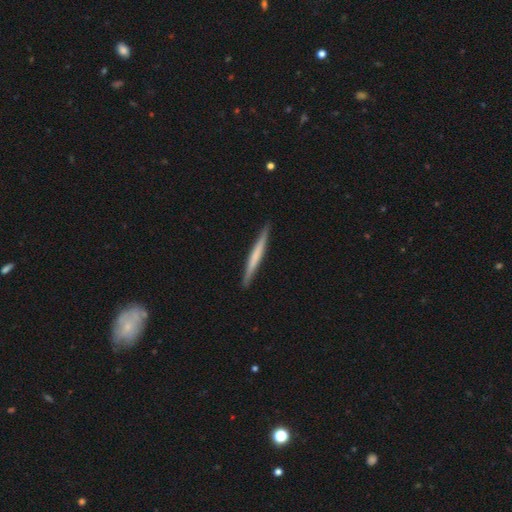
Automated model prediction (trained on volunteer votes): This appears to be a featured or disk galaxy (49%). Merging: none (91%).